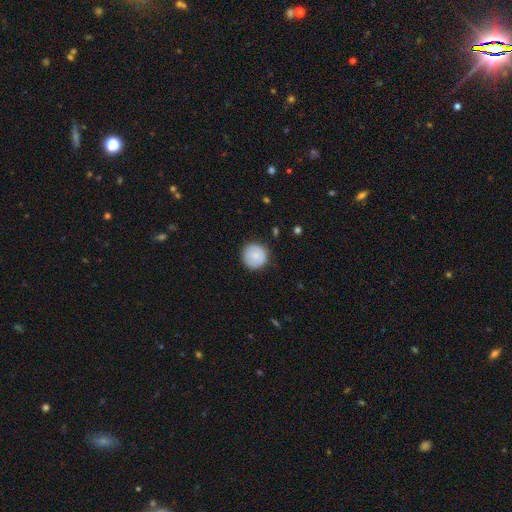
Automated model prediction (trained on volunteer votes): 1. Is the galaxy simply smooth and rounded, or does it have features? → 77% smooth, 16% featured or disk, 7% star or artifact.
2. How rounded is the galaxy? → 95% round, 4% in between, 1% cigar-shaped.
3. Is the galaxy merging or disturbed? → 85% none, 11% minor disturbance, 2% major disturbance, 1% merger.